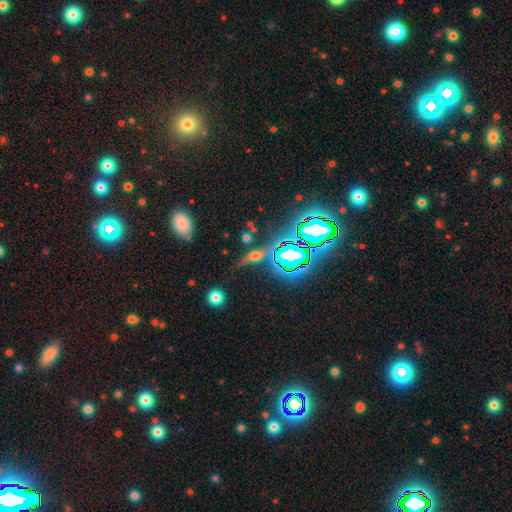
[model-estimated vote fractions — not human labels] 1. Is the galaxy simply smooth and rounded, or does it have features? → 40% featured or disk, 31% star or artifact, 29% smooth.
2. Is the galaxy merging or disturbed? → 74% none, 15% minor disturbance, 6% major disturbance, 5% merger.